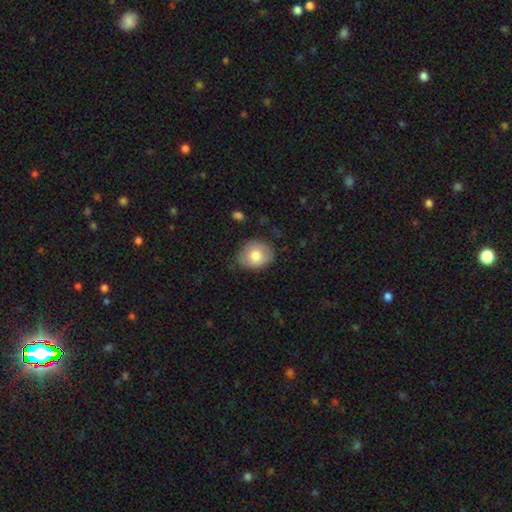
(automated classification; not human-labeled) Smooth or featured? smooth (77%)
How rounded? round (57%)
Merging? none (75%)